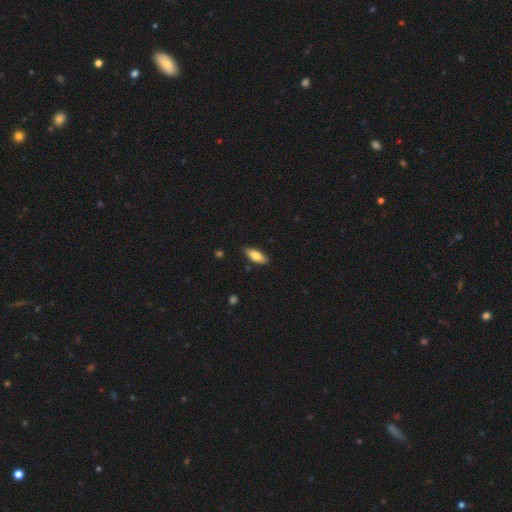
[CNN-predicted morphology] smooth-or-featured: smooth: 80% | featured or disk: 14% | star or artifact: 6%
  how-rounded: in between: 77% | cigar-shaped: 21% | round: 2%
  merging: none: 86% | minor disturbance: 11% | major disturbance: 2% | merger: 1%